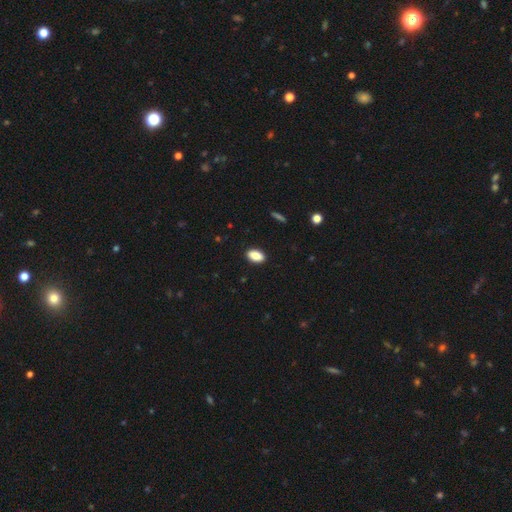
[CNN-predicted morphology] A smooth galaxy with no disk features (88%) that is in between round and cigar-shaped (91%).

Vote fractions:
- Smooth or featured? smooth: 88% / star or artifact: 7% / featured or disk: 5%
- How rounded? in between: 91% / round: 6% / cigar-shaped: 2%
- Merging? none: 90% / minor disturbance: 8% / major disturbance: 2% / merger: 1%